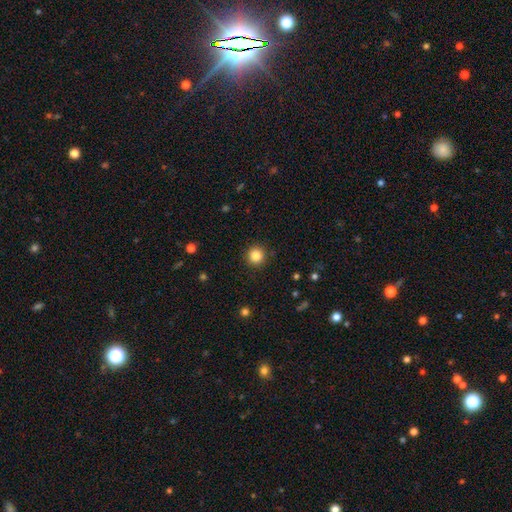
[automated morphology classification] The model was most divided on "smooth or featured": smooth: 85%, star or artifact: 11%, featured or disk: 4%. More confident: how rounded — round (95%); merging — none (91%).